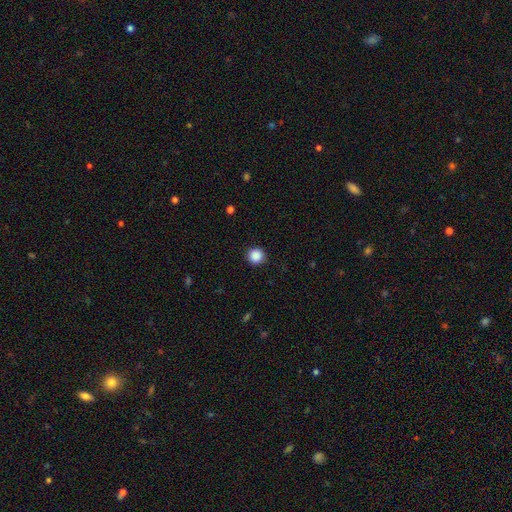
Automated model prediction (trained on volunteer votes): Smooth or featured? Predicted: smooth (p=0.88). How rounded? Predicted: round (p=0.94). Merging? Predicted: none (p=0.92).